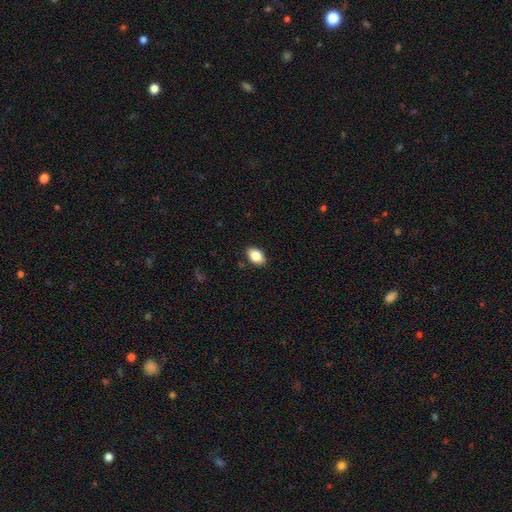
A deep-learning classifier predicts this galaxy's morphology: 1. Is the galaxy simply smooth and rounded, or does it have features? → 85% smooth, 8% star or artifact, 7% featured or disk.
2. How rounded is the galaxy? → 87% in between, 12% round, 1% cigar-shaped.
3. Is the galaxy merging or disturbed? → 86% none, 11% minor disturbance, 2% major disturbance, 1% merger.